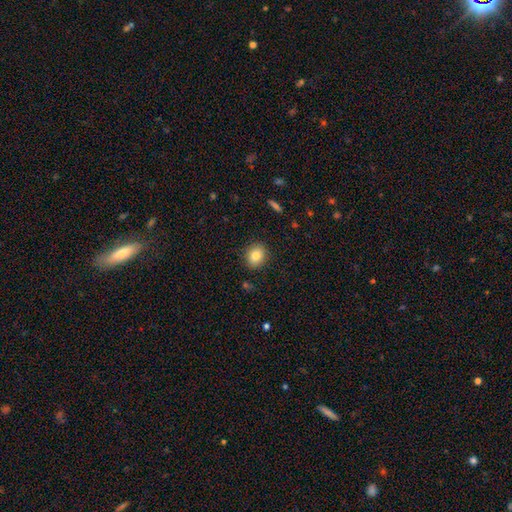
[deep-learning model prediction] Smooth or featured?
  - smooth: 82% *
  - star or artifact: 10%
  - featured or disk: 9%
How rounded?
  - round: 66% *
  - in between: 33%
  - cigar-shaped: 1%
Merging?
  - none: 89% *
  - minor disturbance: 8%
  - major disturbance: 2%
  - merger: 1%